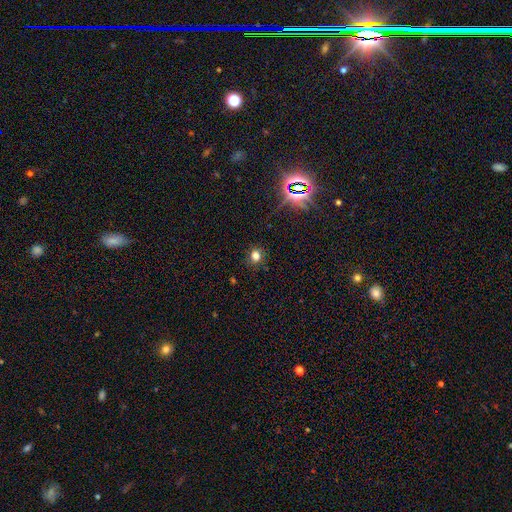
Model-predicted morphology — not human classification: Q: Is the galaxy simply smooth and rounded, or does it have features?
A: smooth — 73%.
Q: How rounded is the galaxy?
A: round — 80%.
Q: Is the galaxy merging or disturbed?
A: none — 87%.